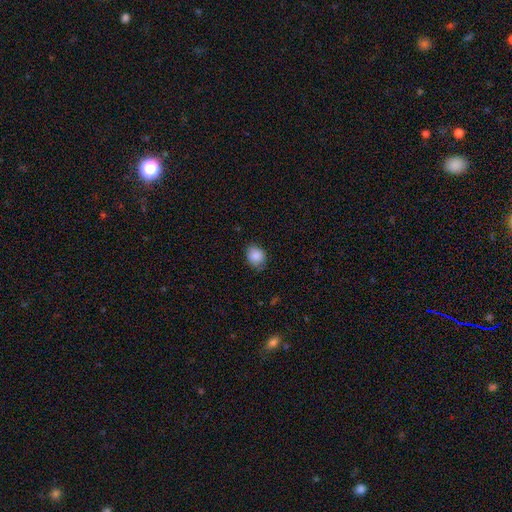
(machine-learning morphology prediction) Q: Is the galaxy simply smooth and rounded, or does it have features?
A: smooth — 87%.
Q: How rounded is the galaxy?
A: round — 69%.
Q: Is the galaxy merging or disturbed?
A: none — 78%.